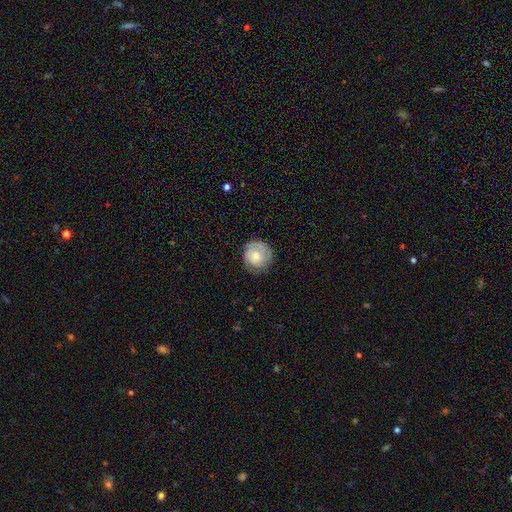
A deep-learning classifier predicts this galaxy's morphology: A smooth galaxy with no disk features (55%) that is round (91%). Merging: none (75%).